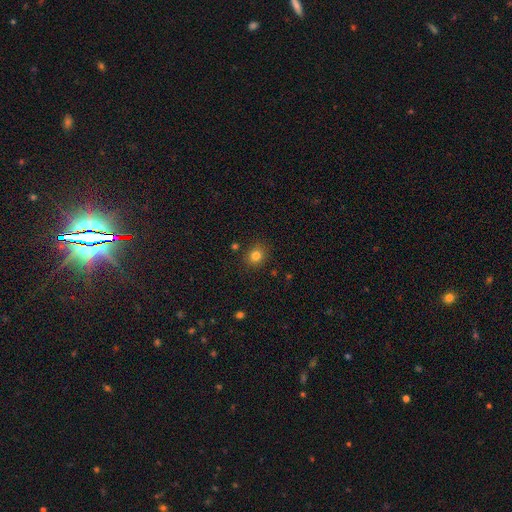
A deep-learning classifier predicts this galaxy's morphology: This appears to be a smooth galaxy with no disk features (81%) that is round (78%). Merging: none (86%).